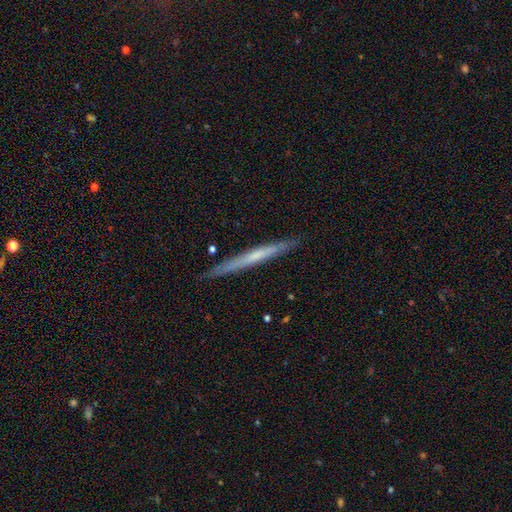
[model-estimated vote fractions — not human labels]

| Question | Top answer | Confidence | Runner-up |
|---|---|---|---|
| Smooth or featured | featured or disk | 52% | smooth (43%) |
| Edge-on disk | yes | 96% | no (4%) |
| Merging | none | 90% | minor disturbance (8%) |